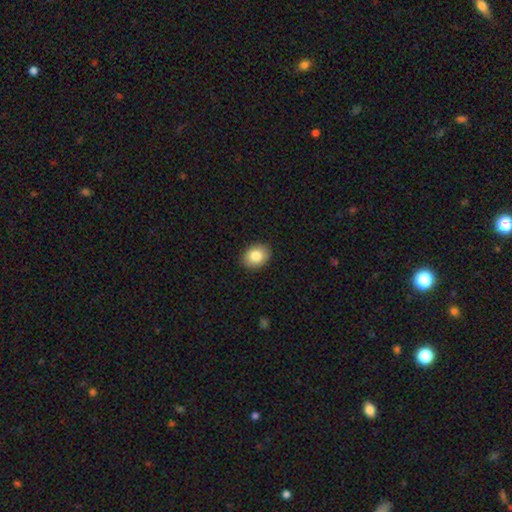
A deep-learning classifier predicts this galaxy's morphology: smooth_or_featured: smooth (p=0.84) [alt: featured or disk p=0.08]
how_rounded: in between (p=0.63) [alt: round p=0.37]
merging: none (p=0.90) [alt: minor disturbance p=0.08]